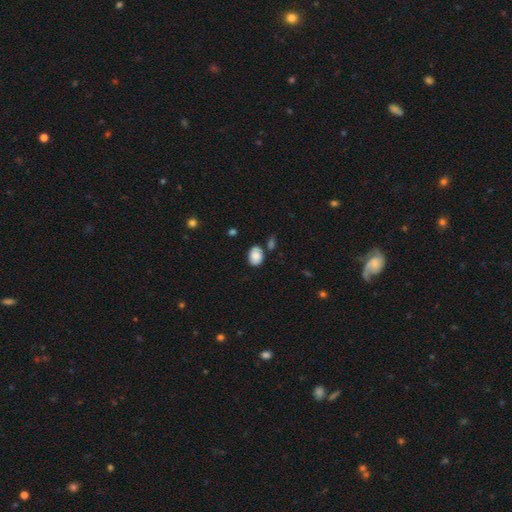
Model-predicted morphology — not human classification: Smooth or featured? smooth (83%)
How rounded? in between (78%)
Merging? none (74%)